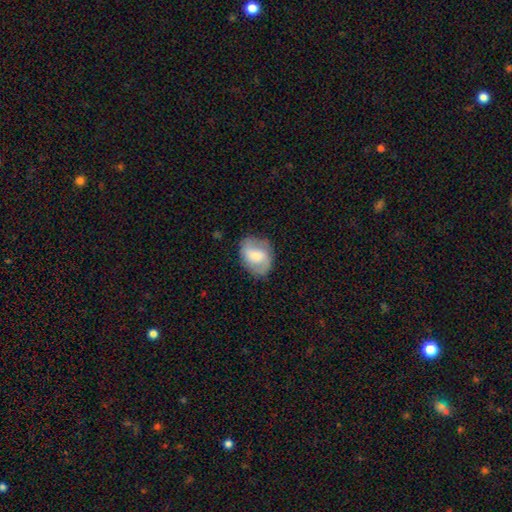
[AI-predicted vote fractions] The model was most divided on "smooth or featured": smooth: 49%, featured or disk: 44%, star or artifact: 7%. More confident: merging — none (74%).